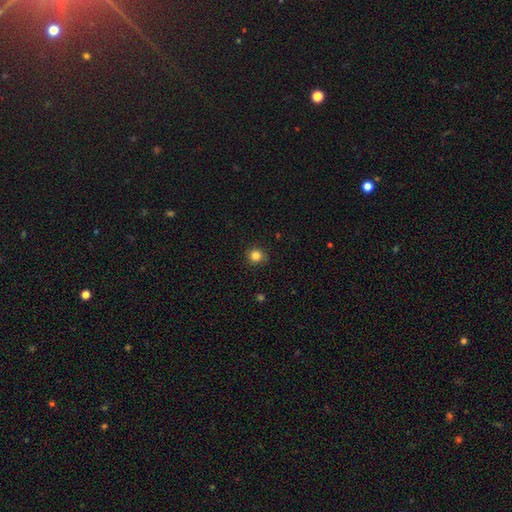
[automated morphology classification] This is clearly a smooth galaxy (84%). How rounded: clearly round (91%). Merging: clearly none (89%).